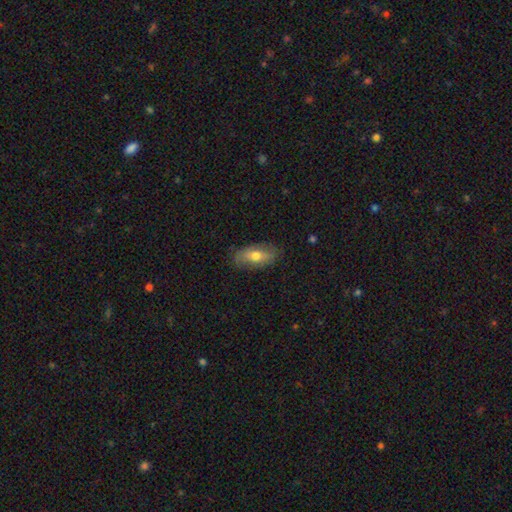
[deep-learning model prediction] A smooth galaxy with no disk features (57%) that is in between round and cigar-shaped (81%). Merging: none (80%).